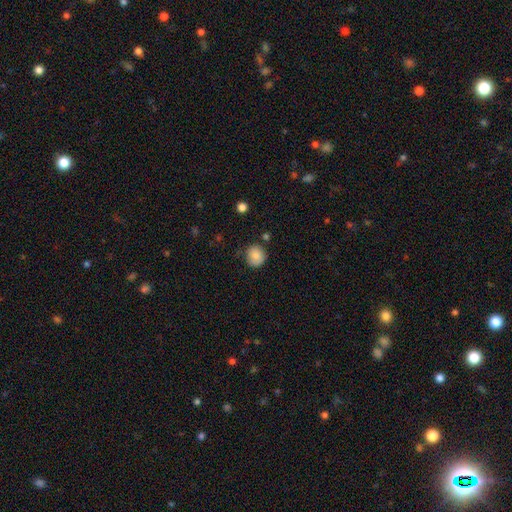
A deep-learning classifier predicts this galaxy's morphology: Smooth or featured: smooth — 84% (star or artifact — 9%)
How rounded: round — 84% (in between — 15%)
Merging: none — 75% (minor disturbance — 18%)